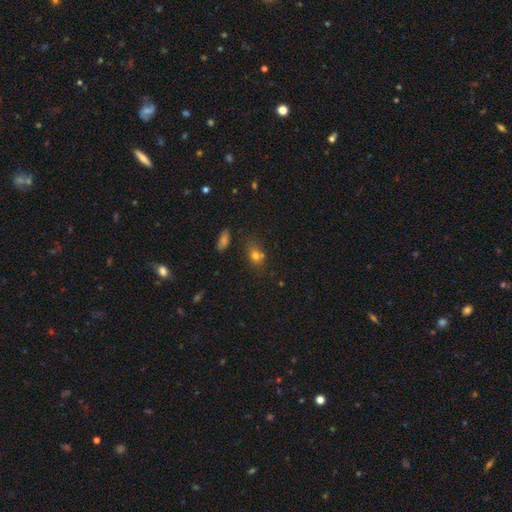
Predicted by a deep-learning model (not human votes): Overall: smooth (71%). How rounded: in between (57%; round 40%). Merging: none (56%; minor disturbance 19%).